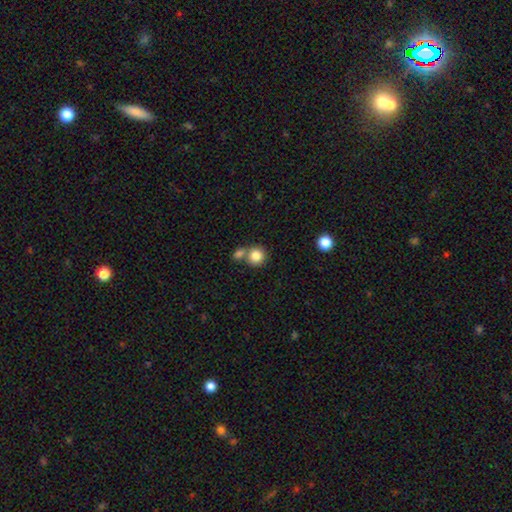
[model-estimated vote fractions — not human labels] smooth-or-featured: smooth: 84% | star or artifact: 9% | featured or disk: 7%
  how-rounded: round: 89% | in between: 10% | cigar-shaped: 1%
  merging: none: 56% | merger: 32% | minor disturbance: 8% | major disturbance: 3%